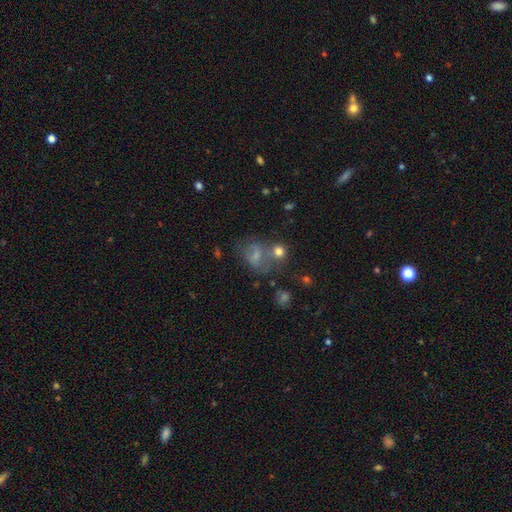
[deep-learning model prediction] This is possibly a smooth galaxy (54%). How rounded: possibly in between (59%). Merging: marginally none (36%).